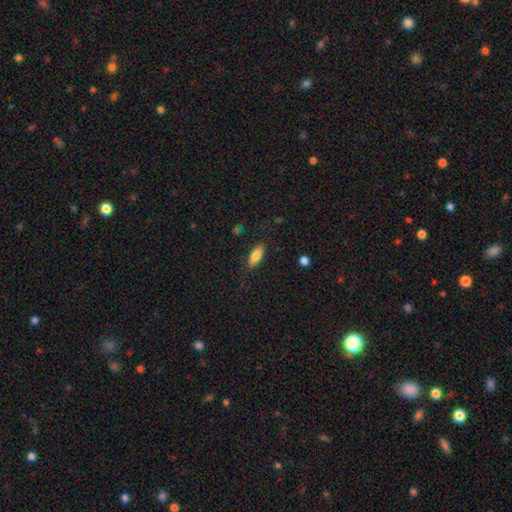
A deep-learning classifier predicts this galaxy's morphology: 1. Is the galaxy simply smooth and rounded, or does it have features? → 84% smooth, 9% featured or disk, 7% star or artifact.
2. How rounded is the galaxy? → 80% in between, 18% cigar-shaped, 2% round.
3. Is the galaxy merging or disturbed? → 84% none, 12% minor disturbance, 3% major disturbance, 1% merger.